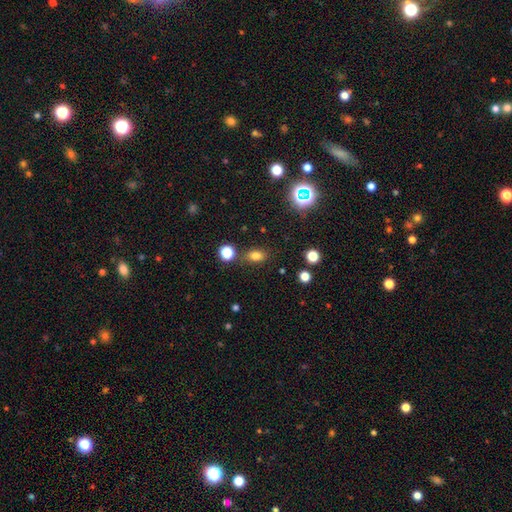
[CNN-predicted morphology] Smooth or featured: smooth — 77% (star or artifact — 16%)
How rounded: in between — 78% (round — 20%)
Merging: none — 78% (minor disturbance — 12%)